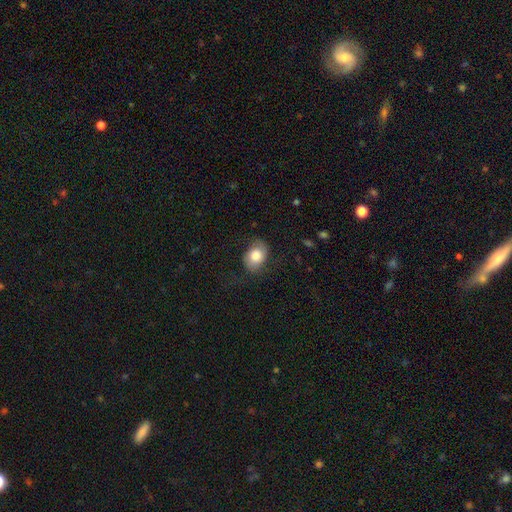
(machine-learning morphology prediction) Smooth or featured?
  - smooth: 75% *
  - featured or disk: 18%
  - star or artifact: 7%
How rounded?
  - in between: 69% *
  - round: 30%
  - cigar-shaped: 1%
Merging?
  - none: 68% *
  - minor disturbance: 21%
  - major disturbance: 10%
  - merger: 1%